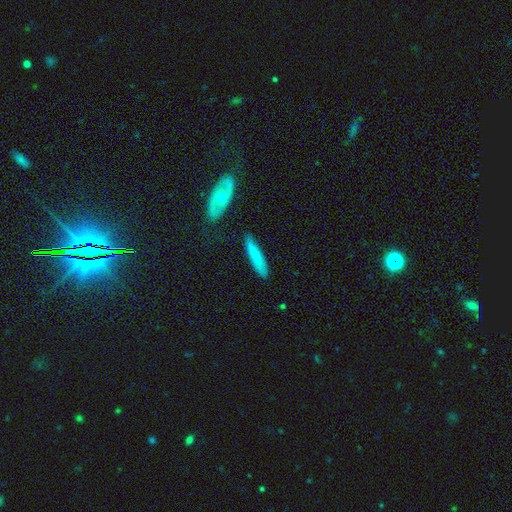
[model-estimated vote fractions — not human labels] Overall: smooth (71%). How rounded: cigar-shaped (86%). Merging: none (83%).